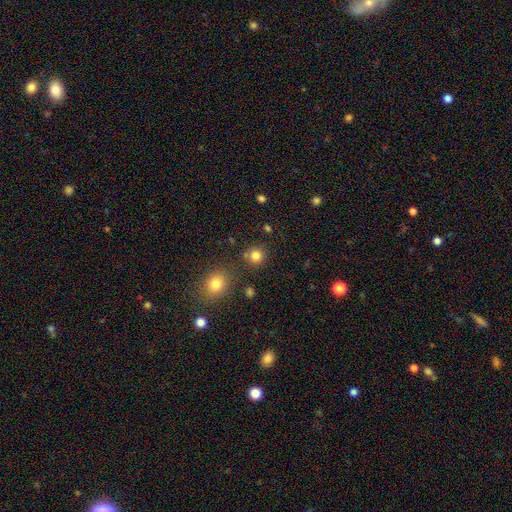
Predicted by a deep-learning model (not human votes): Smooth or featured: smooth — 81% (star or artifact — 13%)
How rounded: round — 89% (in between — 10%)
Merging: none — 81% (minor disturbance — 9%)